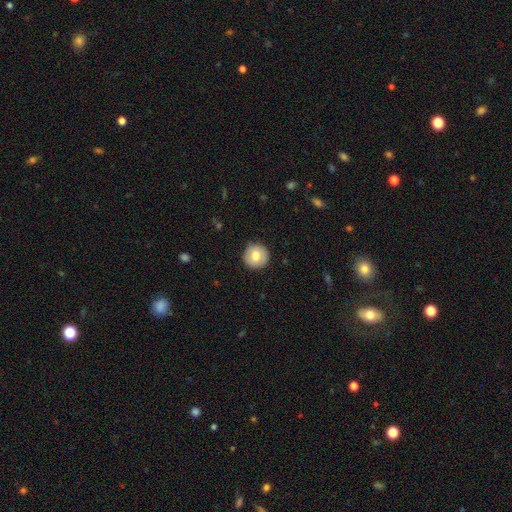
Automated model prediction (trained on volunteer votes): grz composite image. It shows a smooth galaxy with no disk features (75%) that is round (95%). Merging: none (90%).